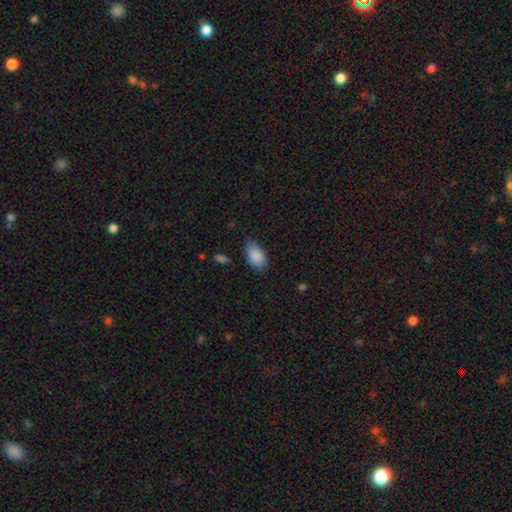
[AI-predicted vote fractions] This is clearly a smooth galaxy (88%). How rounded: clearly in between (94%). Merging: likely none (75%).